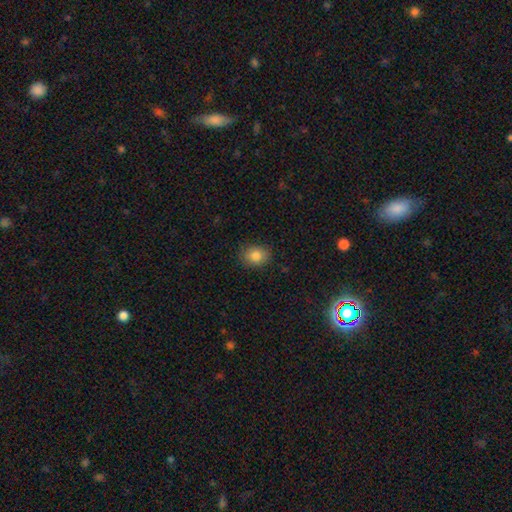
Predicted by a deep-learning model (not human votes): Smooth or featured? Predicted: smooth (p=0.83). How rounded? Predicted: round (p=0.53). Merging? Predicted: none (p=0.84).